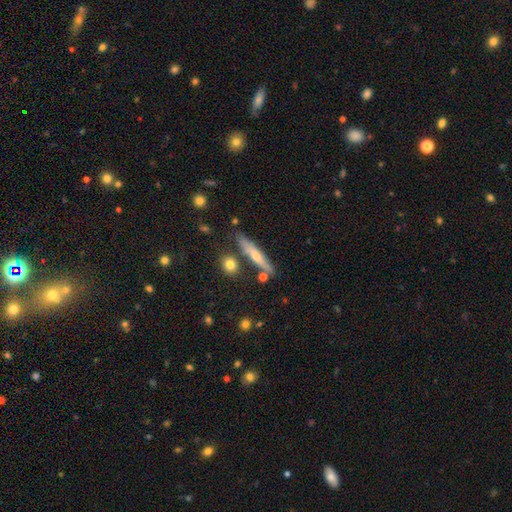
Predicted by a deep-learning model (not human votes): A smooth galaxy with no disk features (51%) that is cigar-shaped (87%). Merging: none (75%).